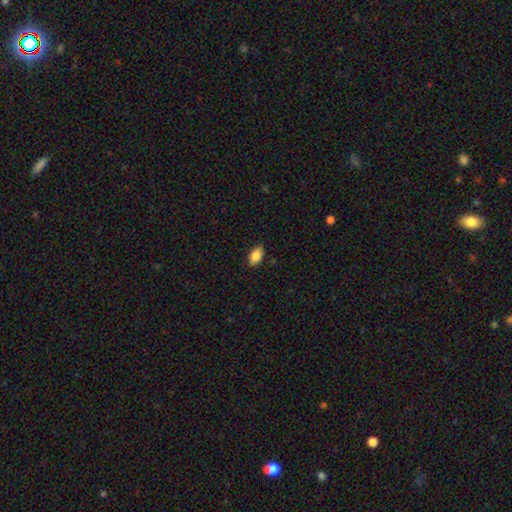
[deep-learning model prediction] smooth-or-featured: smooth: 85% | featured or disk: 8% | star or artifact: 7%
  how-rounded: in between: 92% | round: 6% | cigar-shaped: 2%
  merging: none: 86% | minor disturbance: 11% | major disturbance: 2% | merger: 1%